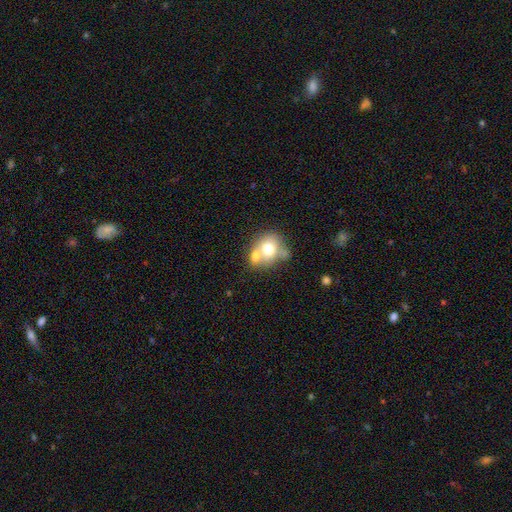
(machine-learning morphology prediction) A smooth galaxy with no disk features (66%) that is round (59%).

Vote fractions:
- Smooth or featured? smooth: 66% / featured or disk: 24% / star or artifact: 9%
- How rounded? round: 59% / in between: 40% / cigar-shaped: 1%
- Merging? merger: 53% / none: 31% / minor disturbance: 11% / major disturbance: 5%